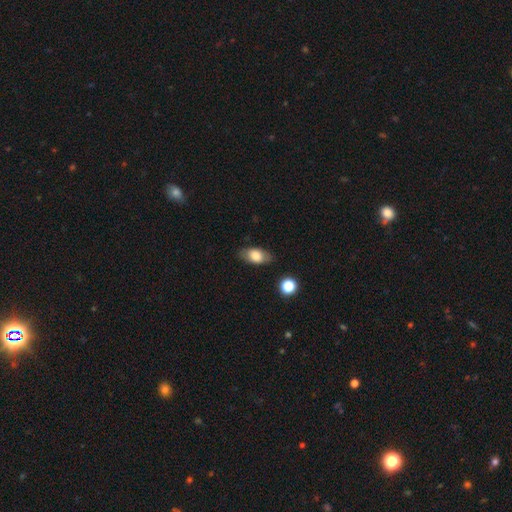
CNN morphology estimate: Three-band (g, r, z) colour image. It shows a smooth galaxy with no disk features (78%) that is in between round and cigar-shaped (89%). Merging: none (81%).